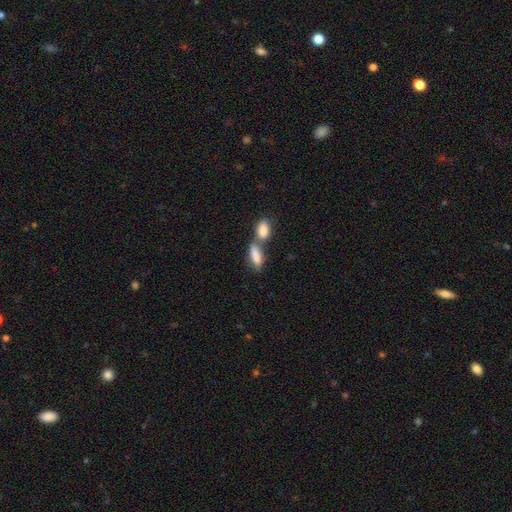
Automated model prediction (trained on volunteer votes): This is clearly a smooth galaxy (83%). How rounded: likely in between (74%). Merging: possibly merger (57%).